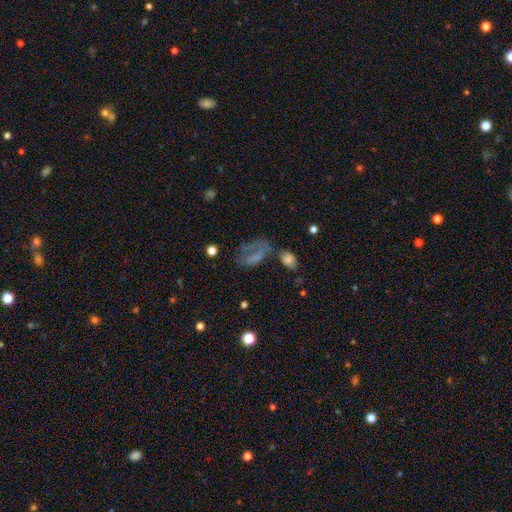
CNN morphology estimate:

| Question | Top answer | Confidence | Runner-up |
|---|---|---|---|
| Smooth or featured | smooth | 45% | featured or disk (35%) |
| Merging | major disturbance | 34% | tied: none (34%) |